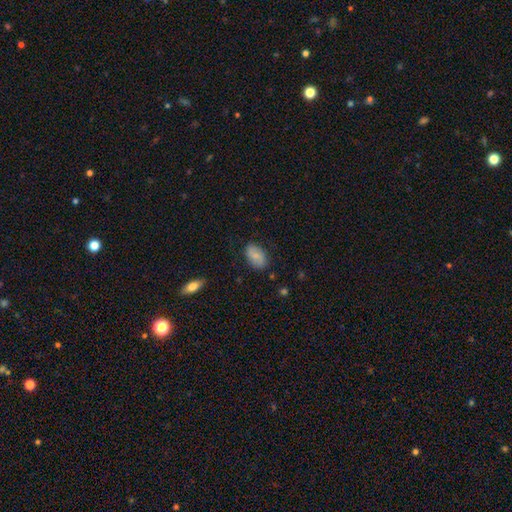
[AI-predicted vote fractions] Smooth or featured?
  - smooth: 72% *
  - featured or disk: 21%
  - star or artifact: 7%
How rounded?
  - in between: 91% *
  - round: 7%
  - cigar-shaped: 2%
Merging?
  - none: 80% *
  - minor disturbance: 15%
  - major disturbance: 3%
  - merger: 2%